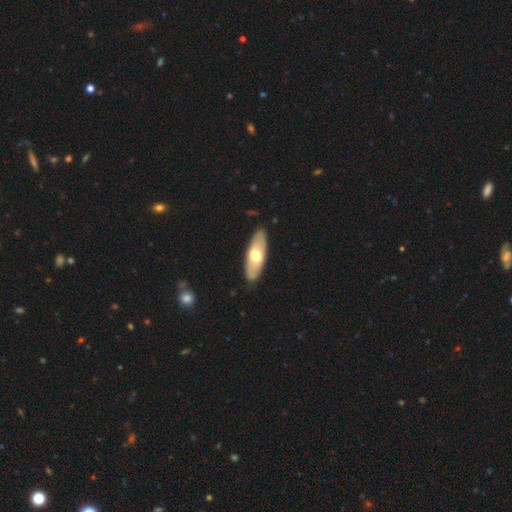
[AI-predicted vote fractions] Smooth or featured?
  - smooth: 55% *
  - featured or disk: 40%
  - star or artifact: 5%
How rounded?
  - in between: 68% *
  - cigar-shaped: 30%
  - round: 2%
Merging?
  - none: 87% *
  - minor disturbance: 10%
  - major disturbance: 2%
  - merger: 1%